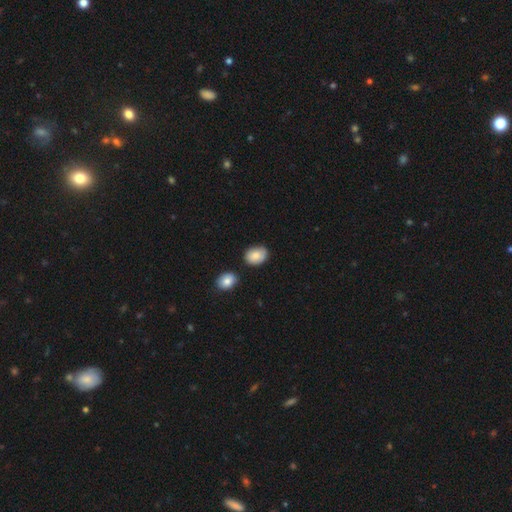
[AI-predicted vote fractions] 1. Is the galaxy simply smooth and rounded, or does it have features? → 84% smooth, 9% featured or disk, 7% star or artifact.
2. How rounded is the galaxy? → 73% in between, 26% round, 1% cigar-shaped.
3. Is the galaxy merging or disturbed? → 75% none, 16% minor disturbance, 6% merger, 3% major disturbance.